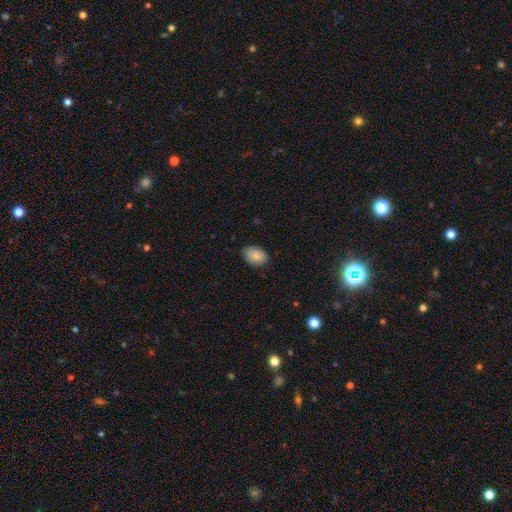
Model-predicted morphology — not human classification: Smooth or featured?
  - smooth: 87% *
  - star or artifact: 7%
  - featured or disk: 6%
How rounded?
  - in between: 77% *
  - round: 21%
  - cigar-shaped: 1%
Merging?
  - none: 78% *
  - minor disturbance: 19%
  - major disturbance: 3%
  - merger: 1%